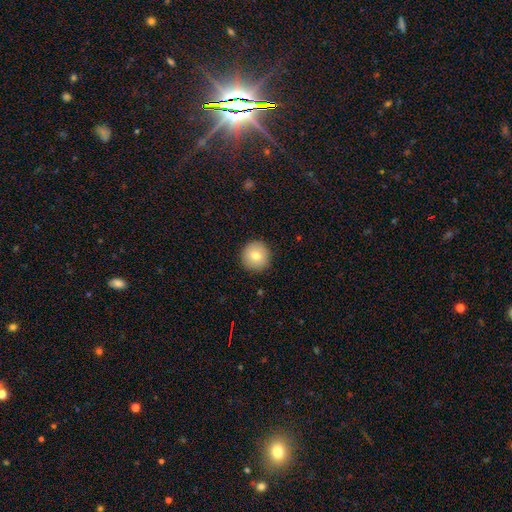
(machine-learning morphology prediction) Smooth or featured? smooth (80%)
How rounded? round (94%)
Merging? none (91%)